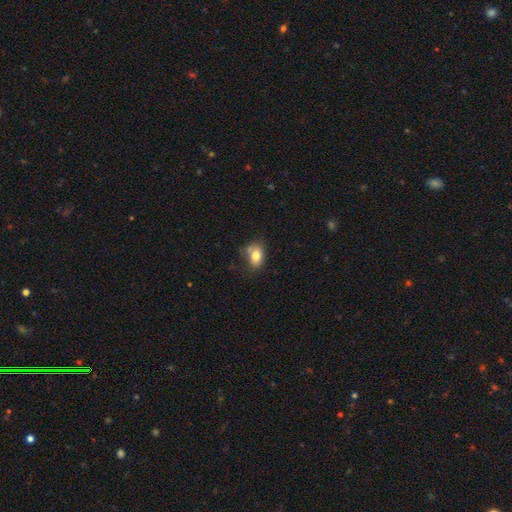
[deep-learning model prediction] Q: Smooth or featured?
A: smooth (78%); runner-up: featured or disk (13%)
Q: How rounded?
A: in between (80%); runner-up: round (19%)
Q: Merging?
A: none (56%); runner-up: minor disturbance (24%)